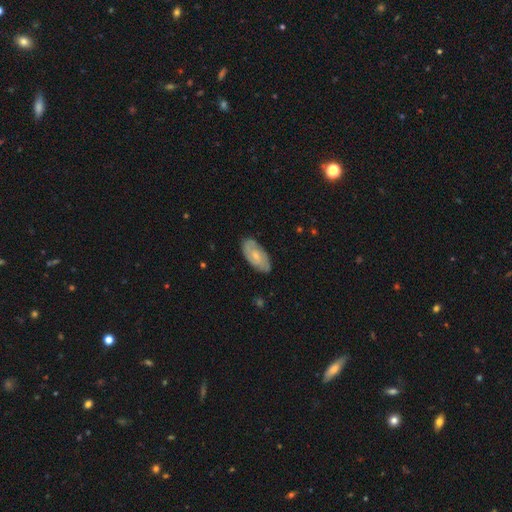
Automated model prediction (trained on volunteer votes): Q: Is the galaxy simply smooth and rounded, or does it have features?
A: featured or disk — 56%.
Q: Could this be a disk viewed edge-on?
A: no — 92%.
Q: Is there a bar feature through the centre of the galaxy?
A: no — 55%.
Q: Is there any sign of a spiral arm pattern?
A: yes — 79%.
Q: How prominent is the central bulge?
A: small — 58%.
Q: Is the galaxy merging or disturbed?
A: none — 82%.